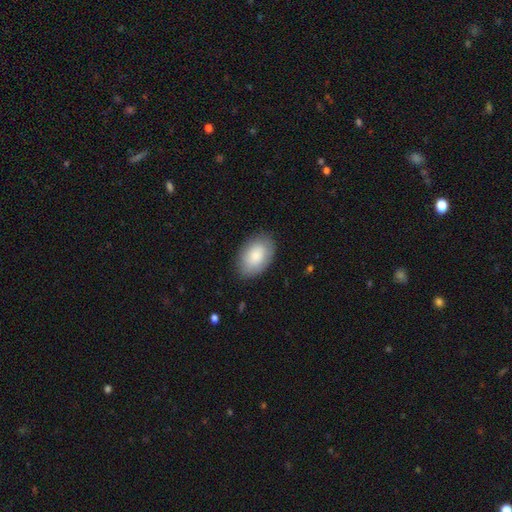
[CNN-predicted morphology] Smooth or featured? Predicted: smooth (p=0.84). How rounded? Predicted: in between (p=0.91). Merging? Predicted: none (p=0.83).